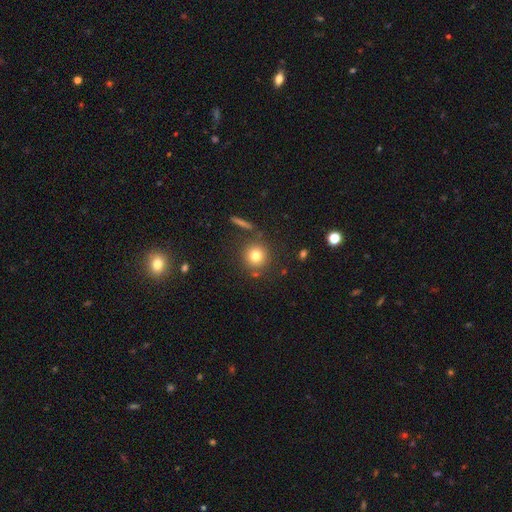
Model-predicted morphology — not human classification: Smooth or featured? smooth (77%)
How rounded? round (93%)
Merging? none (83%)